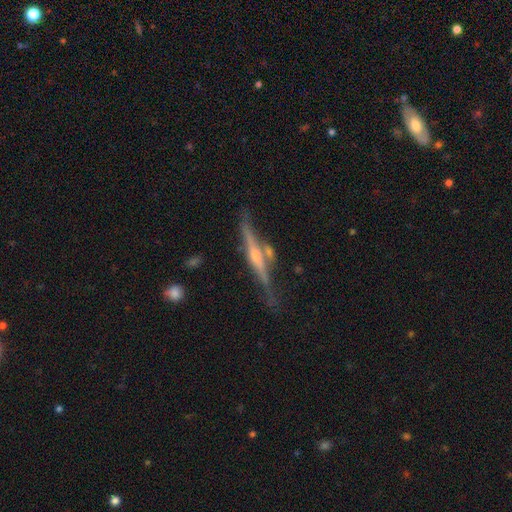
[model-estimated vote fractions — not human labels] This appears to be a featured or disk galaxy (77%) viewed edge-on (97%) with a rounded central bulge (73%). Merging: none (68%).